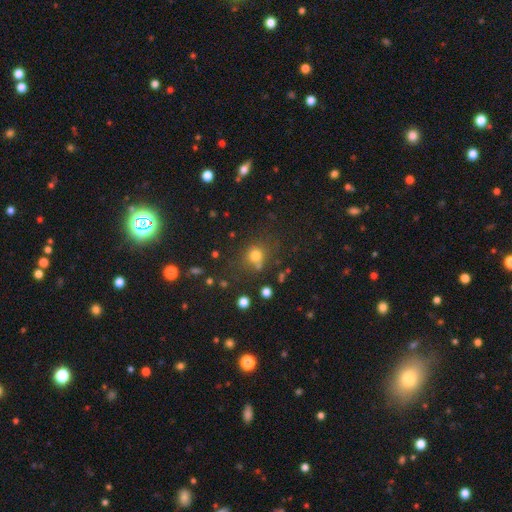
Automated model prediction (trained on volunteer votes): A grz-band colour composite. It shows a smooth galaxy with no disk features (74%) that is round (81%). Merging: none (67%).